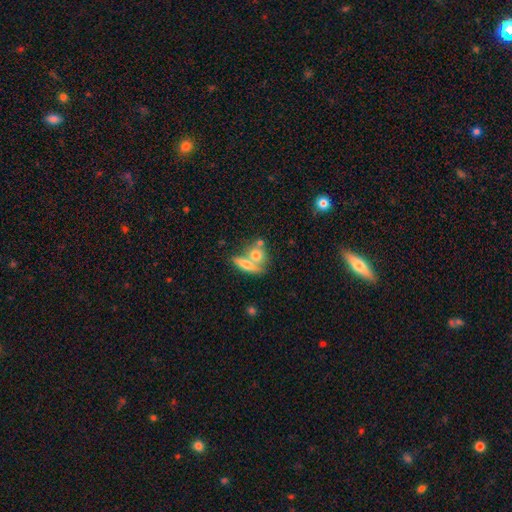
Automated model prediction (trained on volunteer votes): Smooth or featured? Predicted: smooth (p=0.72). How rounded? Predicted: in between (p=0.44). Merging? Predicted: merger (p=0.49).